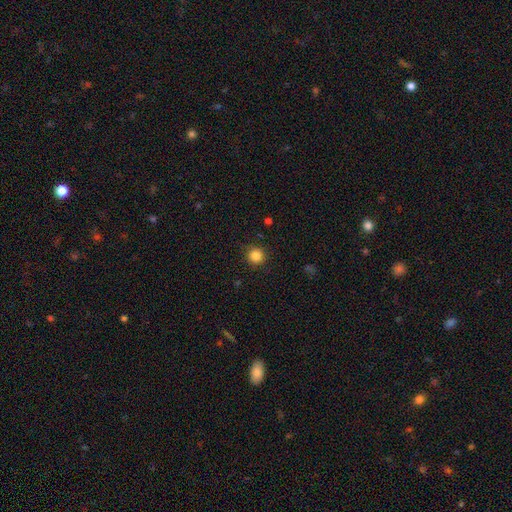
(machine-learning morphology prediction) smooth_or_featured: smooth (p=0.85) [alt: star or artifact p=0.11]
how_rounded: round (p=0.95) [alt: in between p=0.04]
merging: none (p=0.89) [alt: minor disturbance p=0.08]